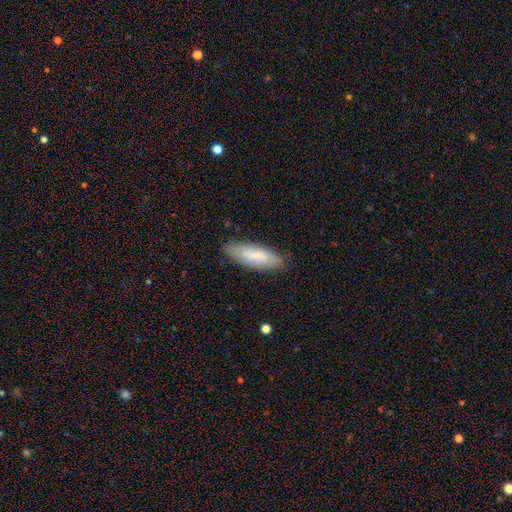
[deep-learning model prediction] This appears to be a smooth galaxy with no disk features (74%) that is in between round and cigar-shaped (50%). Merging: none (81%).